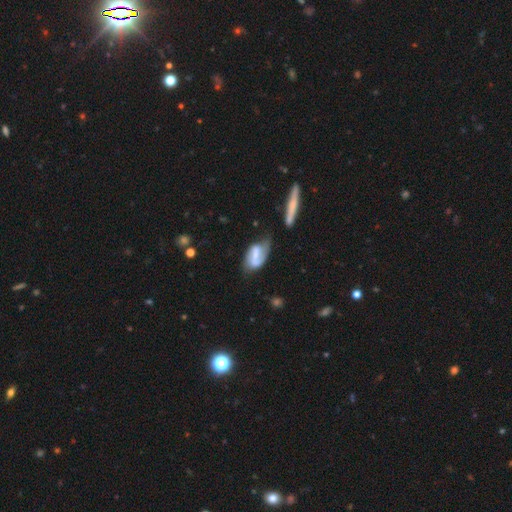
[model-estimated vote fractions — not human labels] smooth-or-featured: featured or disk: 59% | smooth: 33% | star or artifact: 7%
  disk-edge-on: no: 94% | yes: 6%
    bar: weak: 41% | strong: 37% | no: 22%
    has-spiral-arms: yes: 82% | no: 18%
    bulge-size: small: 35% | none: 32% | moderate: 25% | large: 6% | dominant: 2%
  merging: none: 43% | minor disturbance: 30% | major disturbance: 18% | merger: 10%